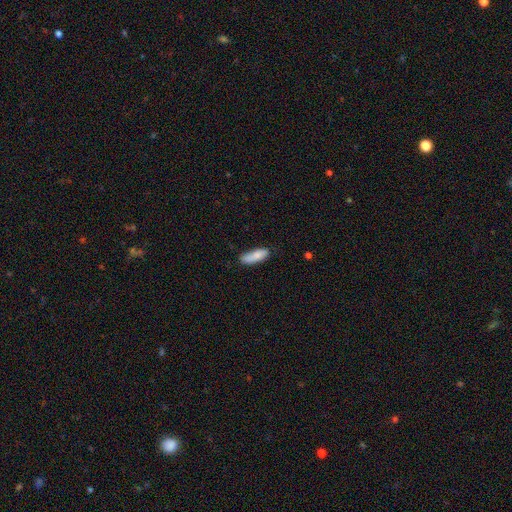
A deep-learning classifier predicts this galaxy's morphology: A smooth galaxy with no disk features (83%) that is in between round and cigar-shaped (56%). Merging: none (69%).